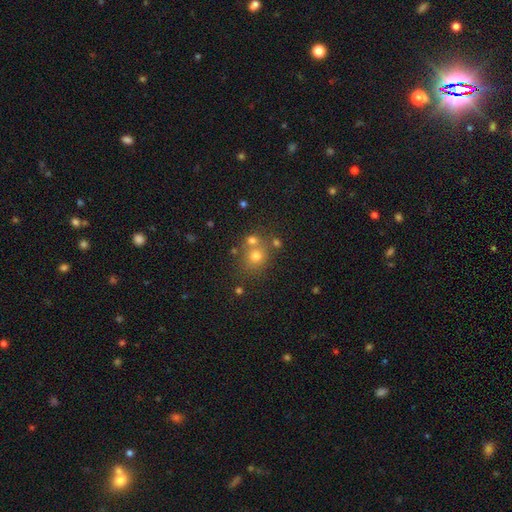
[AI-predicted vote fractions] smooth-or-featured: smooth: 69% | star or artifact: 19% | featured or disk: 12%
  how-rounded: round: 82% | in between: 17% | cigar-shaped: 1%
  merging: none: 58% | merger: 28% | minor disturbance: 10% | major disturbance: 4%